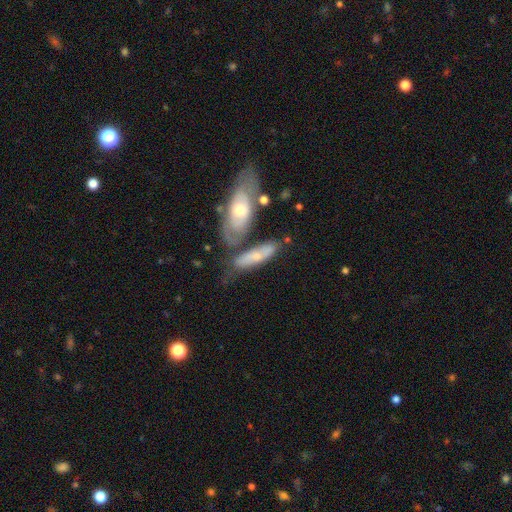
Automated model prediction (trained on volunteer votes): Smooth or featured? Predicted: smooth (p=0.51). How rounded? Predicted: in between (p=0.53). Merging? Predicted: none (p=0.41).